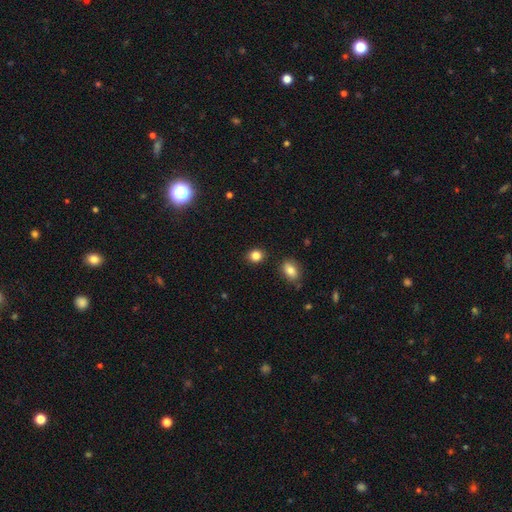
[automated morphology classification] This is clearly a smooth galaxy (85%). How rounded: likely round (65%). Merging: clearly none (87%).